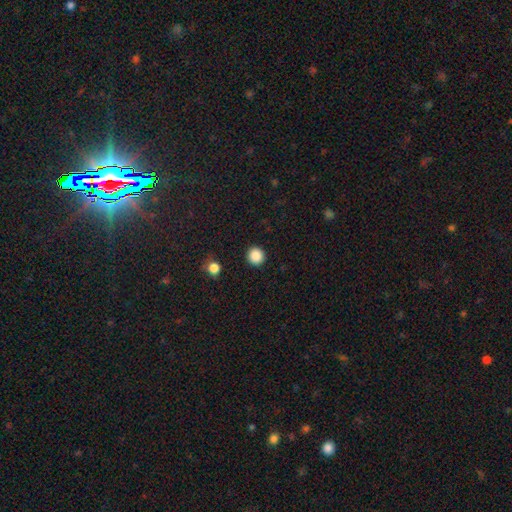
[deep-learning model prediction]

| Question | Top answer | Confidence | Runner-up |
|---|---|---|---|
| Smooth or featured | smooth | 87% | star or artifact (10%) |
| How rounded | round | 95% | in between (4%) |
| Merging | none | 93% | minor disturbance (4%) |